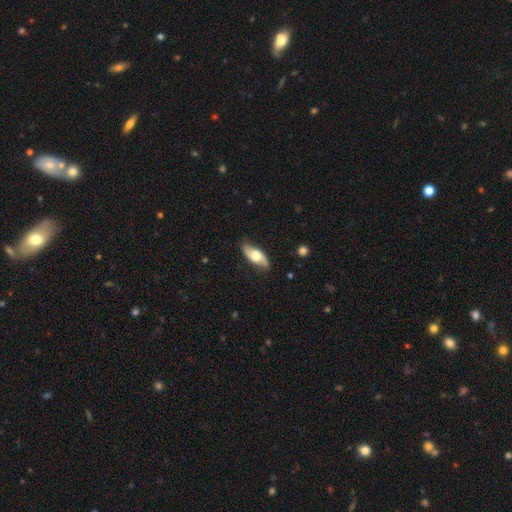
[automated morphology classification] Q: Smooth or featured?
A: featured or disk (52%); runner-up: smooth (42%)
Q: Edge-on disk?
A: no (77%); runner-up: yes (23%)
Q: Merging?
A: none (81%); runner-up: minor disturbance (14%)